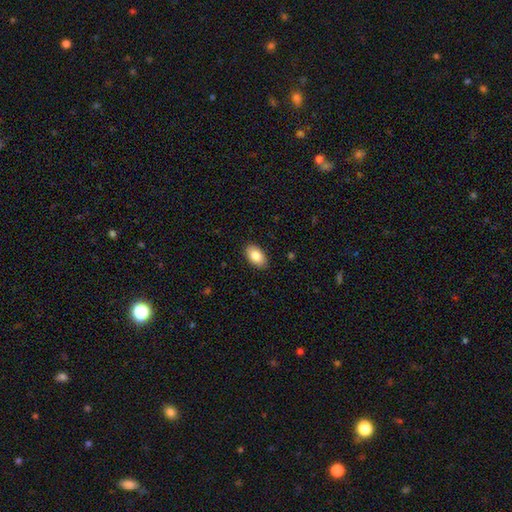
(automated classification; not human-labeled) Smooth or featured? smooth (84%)
How rounded? in between (93%)
Merging? none (88%)